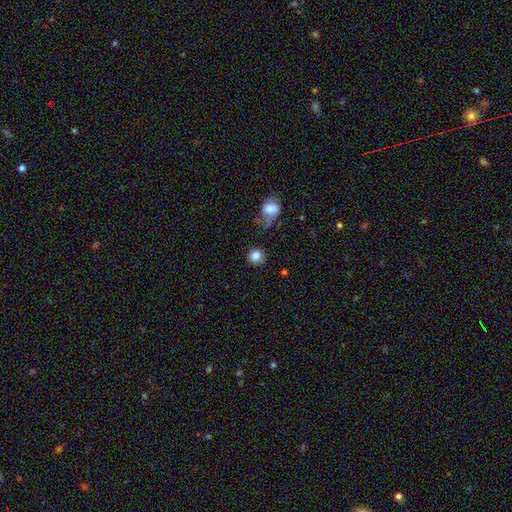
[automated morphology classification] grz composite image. It shows a smooth galaxy with no disk features (84%) that is round (90%). Merging: none (81%).